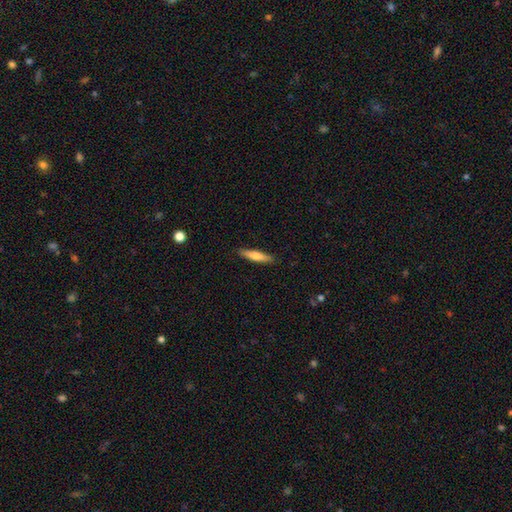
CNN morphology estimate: smooth 68%, featured or disk 26%, star or artifact 6%. Down the decision tree: how rounded — cigar-shaped (86%); merging — none (89%).